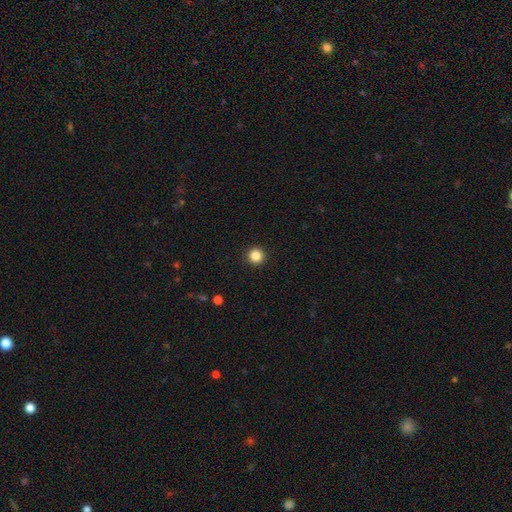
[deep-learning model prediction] Smooth or featured?
  - smooth: 86% *
  - star or artifact: 11%
  - featured or disk: 3%
How rounded?
  - round: 96% *
  - in between: 4%
  - cigar-shaped: 1%
Merging?
  - none: 93% *
  - minor disturbance: 4%
  - major disturbance: 2%
  - merger: 1%